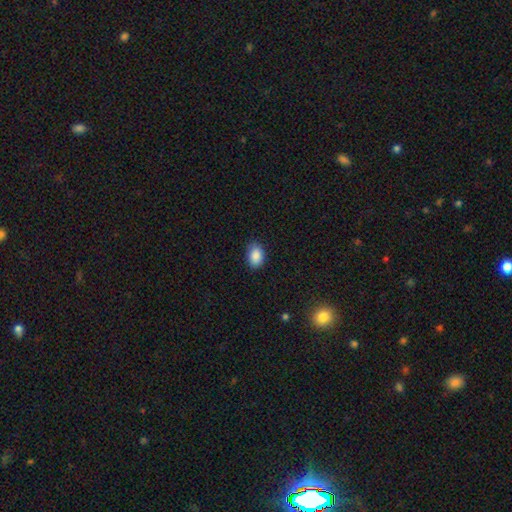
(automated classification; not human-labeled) This is clearly a smooth galaxy (88%). How rounded: clearly in between (85%). Merging: clearly none (84%).